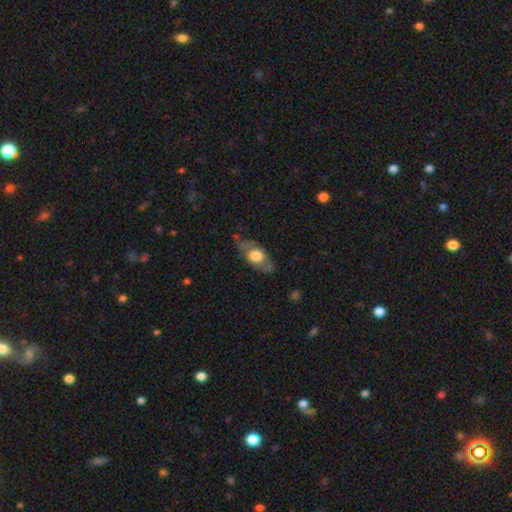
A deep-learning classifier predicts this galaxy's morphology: smooth 47%, featured or disk 46%, star or artifact 6%. Down the decision tree: merging — none (65%).